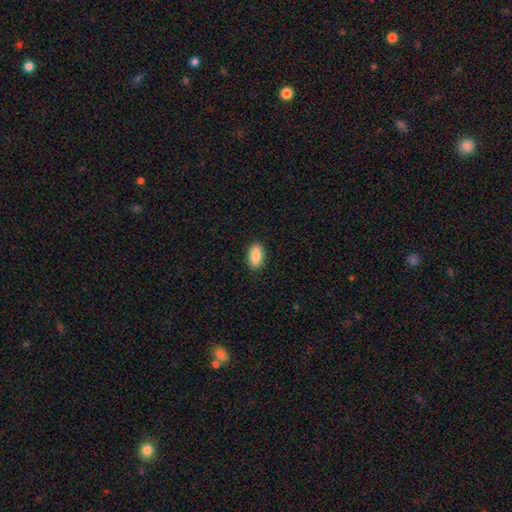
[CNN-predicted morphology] Smooth or featured? Predicted: smooth (p=0.87). How rounded? Predicted: in between (p=0.92). Merging? Predicted: none (p=0.89).